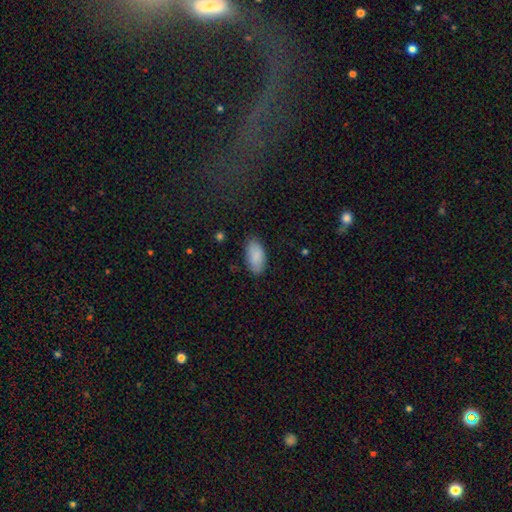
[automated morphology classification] Smooth or featured?
  - smooth: 88% *
  - star or artifact: 6%
  - featured or disk: 6%
How rounded?
  - in between: 94% *
  - cigar-shaped: 4%
  - round: 2%
Merging?
  - none: 83% *
  - minor disturbance: 13%
  - major disturbance: 3%
  - merger: 1%